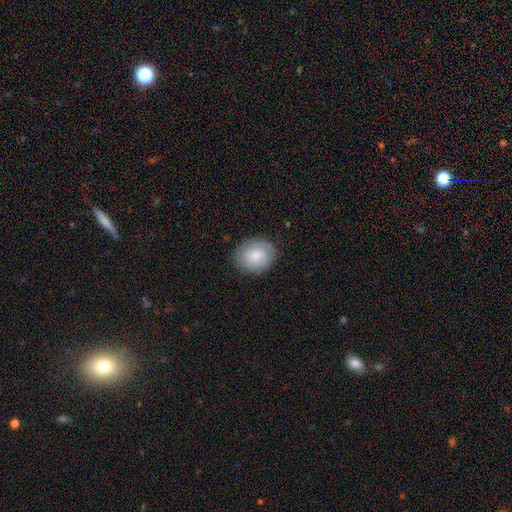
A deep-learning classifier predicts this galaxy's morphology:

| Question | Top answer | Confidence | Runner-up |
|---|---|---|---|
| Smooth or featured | smooth | 62% | featured or disk (31%) |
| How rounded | round | 58% | in between (41%) |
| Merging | none | 85% | minor disturbance (11%) |